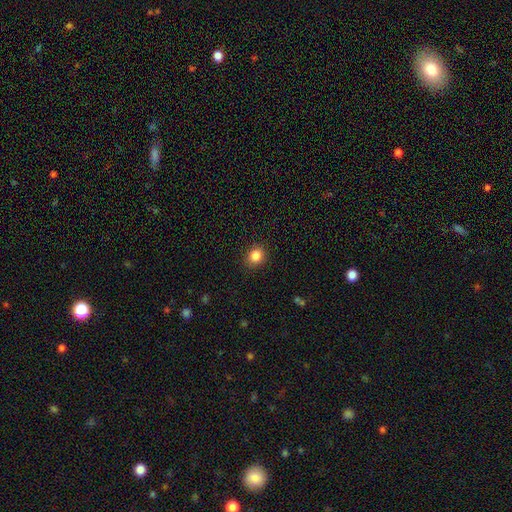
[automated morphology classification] Q: Smooth or featured?
A: smooth (86%); runner-up: star or artifact (10%)
Q: How rounded?
A: round (68%); runner-up: in between (31%)
Q: Merging?
A: none (89%); runner-up: minor disturbance (8%)